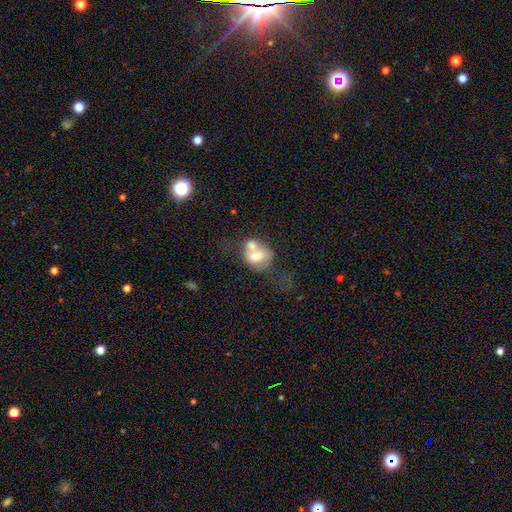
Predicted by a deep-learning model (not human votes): Smooth or featured? Predicted: smooth (p=0.57). How rounded? Predicted: round (p=0.54). Merging? Predicted: merger (p=0.59).